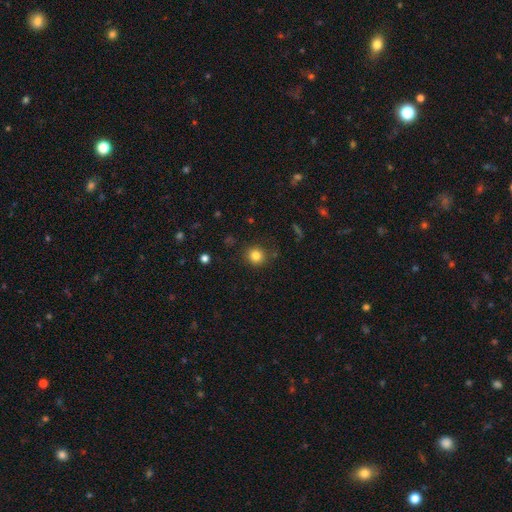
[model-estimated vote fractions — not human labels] This appears to be a smooth galaxy with no disk features (82%) that is round (89%). Merging: none (87%).